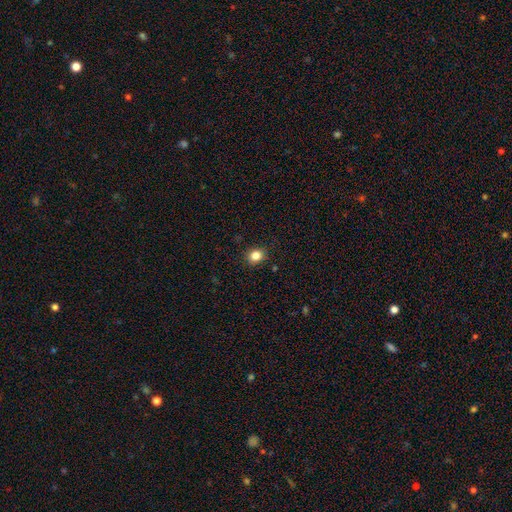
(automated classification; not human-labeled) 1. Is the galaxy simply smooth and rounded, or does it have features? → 84% smooth, 12% star or artifact, 5% featured or disk.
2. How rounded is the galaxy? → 72% round, 27% in between, 1% cigar-shaped.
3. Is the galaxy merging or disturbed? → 89% none, 8% minor disturbance, 2% major disturbance, 1% merger.